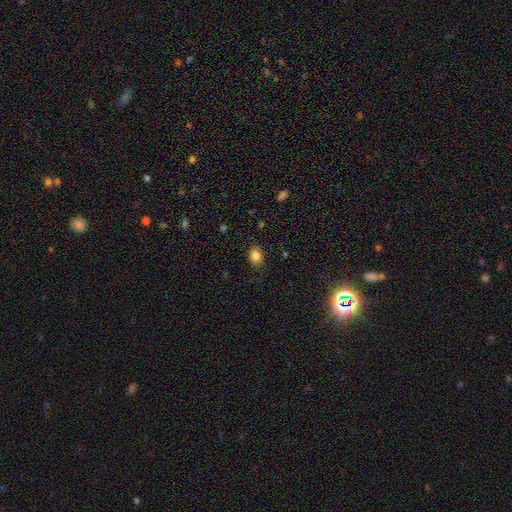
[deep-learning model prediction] A smooth galaxy with no disk features (84%) that is in between round and cigar-shaped (61%).

Vote fractions:
- Smooth or featured? smooth: 84% / star or artifact: 10% / featured or disk: 5%
- How rounded? in between: 61% / round: 38% / cigar-shaped: 1%
- Merging? none: 85% / minor disturbance: 11% / major disturbance: 3% / merger: 1%